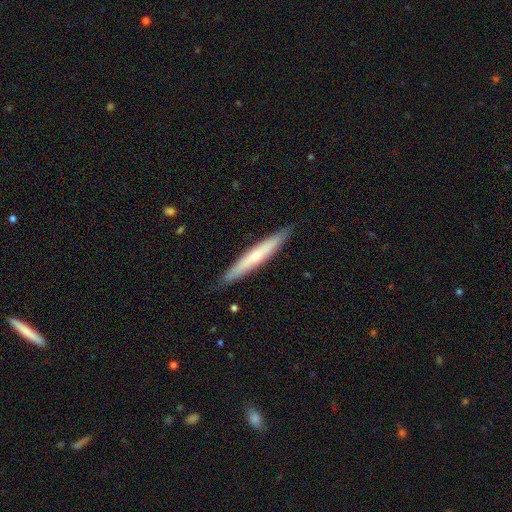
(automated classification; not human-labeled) A smooth galaxy with no disk features (50%) that is cigar-shaped (95%). Merging: none (90%).